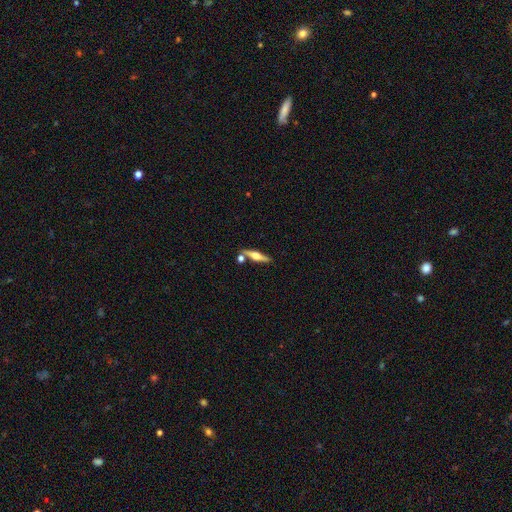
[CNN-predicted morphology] Smooth or featured? Predicted: featured or disk (p=0.68). Edge-on disk? Predicted: yes (p=0.96). Edge-on bulge? Predicted: rounded (p=0.94). Merging? Predicted: none (p=0.77).